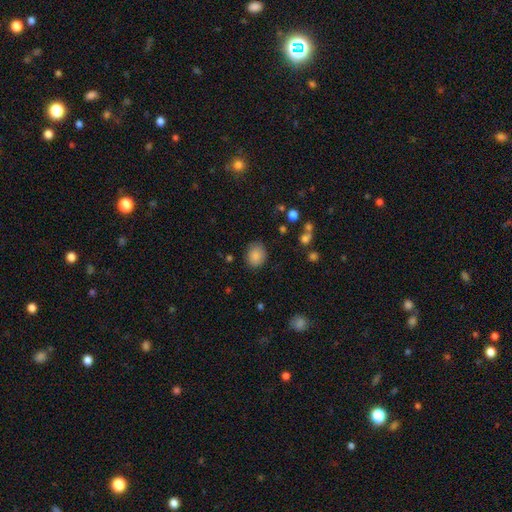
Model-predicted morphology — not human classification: smooth-or-featured: smooth: 85% | star or artifact: 9% | featured or disk: 6%
  how-rounded: round: 61% | in between: 38% | cigar-shaped: 1%
  merging: none: 82% | minor disturbance: 13% | major disturbance: 3% | merger: 2%